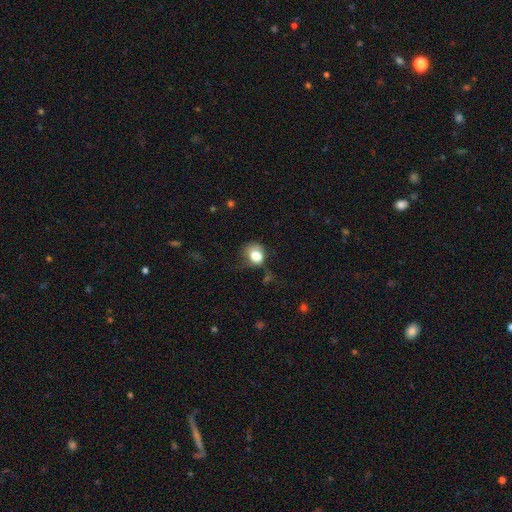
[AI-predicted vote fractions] This appears to be a smooth galaxy with no disk features (80%) that is round (58%). Merging: none (40%).